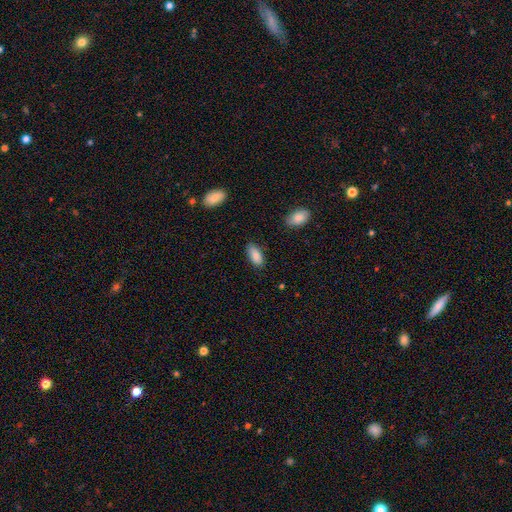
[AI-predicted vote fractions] A smooth galaxy with no disk features (87%) that is in between round and cigar-shaped (90%).

Vote fractions:
- Smooth or featured? smooth: 87% / star or artifact: 7% / featured or disk: 6%
- How rounded? in between: 90% / cigar-shaped: 7% / round: 2%
- Merging? none: 81% / minor disturbance: 15% / major disturbance: 3% / merger: 1%